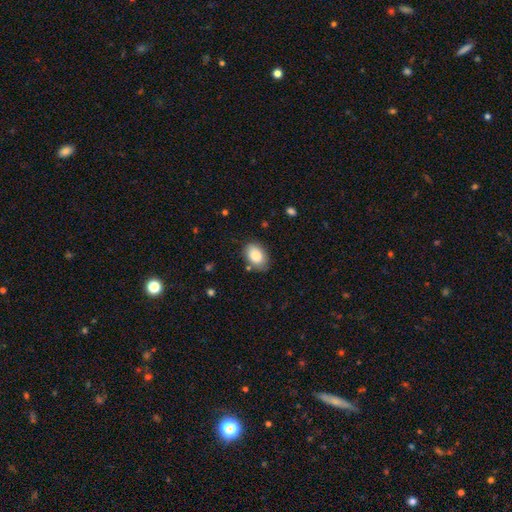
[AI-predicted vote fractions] The model was most divided on "merging": none: 79%, minor disturbance: 16%, major disturbance: 3%, merger: 2%. More confident: smooth or featured — smooth (85%); how rounded — in between (84%).